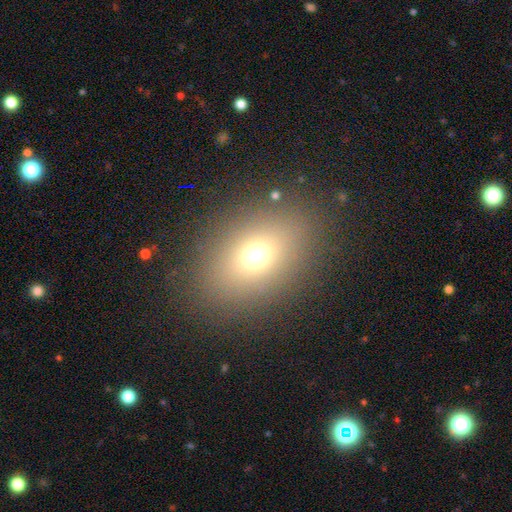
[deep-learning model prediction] A smooth galaxy with no disk features (68%) that is in between round and cigar-shaped (66%).

Vote fractions:
- Smooth or featured? smooth: 68% / star or artifact: 20% / featured or disk: 13%
- How rounded? in between: 66% / round: 33% / cigar-shaped: 2%
- Merging? none: 84% / minor disturbance: 8% / major disturbance: 5% / merger: 2%